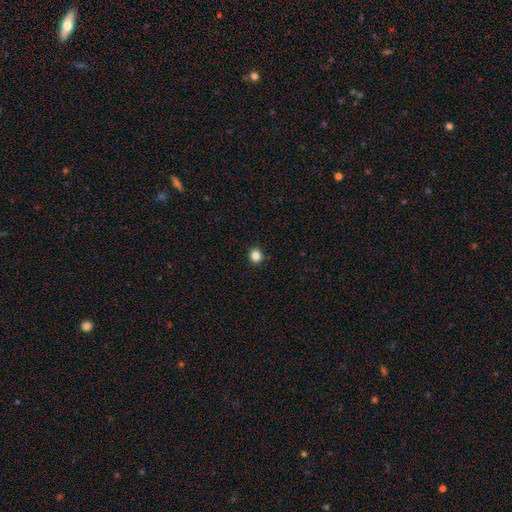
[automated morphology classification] Smooth or featured? Predicted: smooth (p=0.84). How rounded? Predicted: round (p=0.88). Merging? Predicted: none (p=0.92).